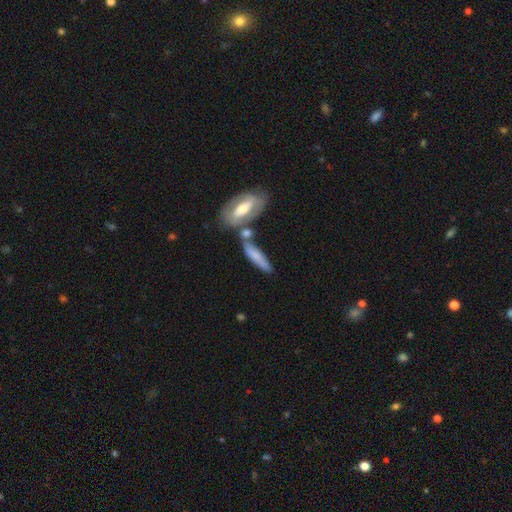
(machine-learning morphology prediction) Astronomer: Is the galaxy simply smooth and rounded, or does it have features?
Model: smooth — 57% (runner-up: featured or disk, 36%).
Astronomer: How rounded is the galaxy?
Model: cigar-shaped — 67%.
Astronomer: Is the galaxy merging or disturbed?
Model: none — 47% (runner-up: merger, 30%).